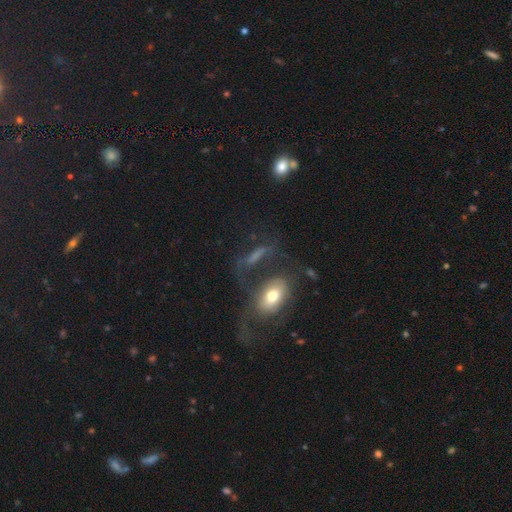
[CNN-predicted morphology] smooth 45%, featured or disk 37%, star or artifact 18%. Down the decision tree: merging — none (39%).